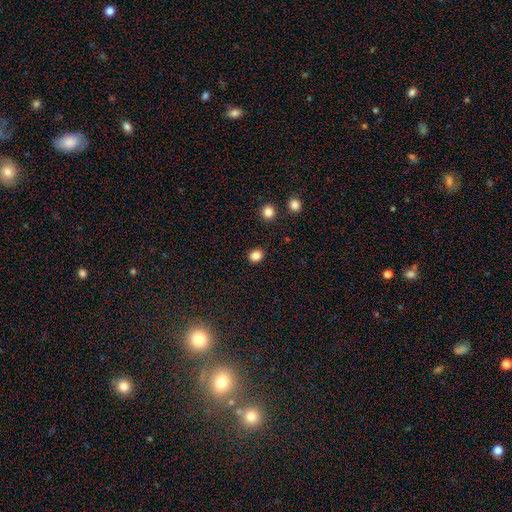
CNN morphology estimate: smooth_or_featured: smooth (p=0.85) [alt: star or artifact p=0.12]
how_rounded: round (p=0.73) [alt: in between p=0.26]
merging: none (p=0.90) [alt: minor disturbance p=0.07]